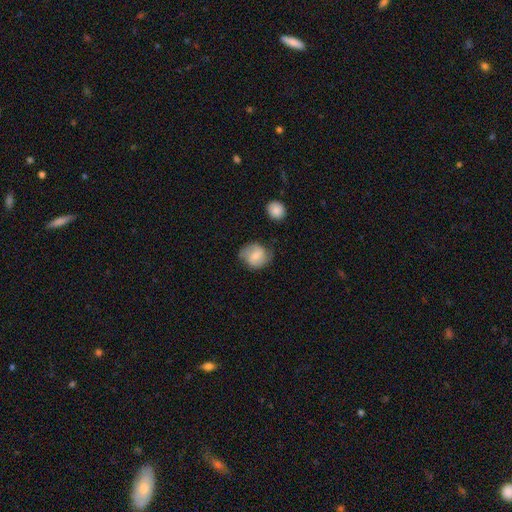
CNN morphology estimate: This appears to be a smooth galaxy with no disk features (56%) that is round (69%). Merging: none (67%).